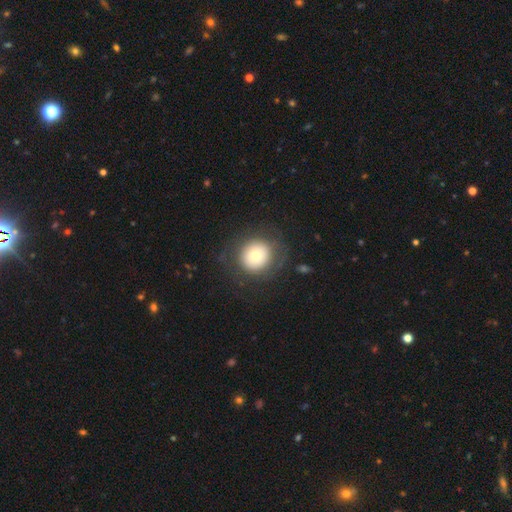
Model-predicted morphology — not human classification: A smooth galaxy with no disk features (66%) that is round (92%). Merging: none (80%).